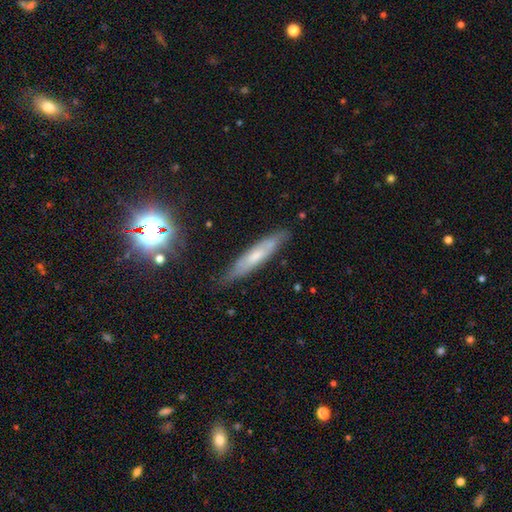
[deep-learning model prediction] A smooth galaxy with no disk features (48%). Merging: none (79%).